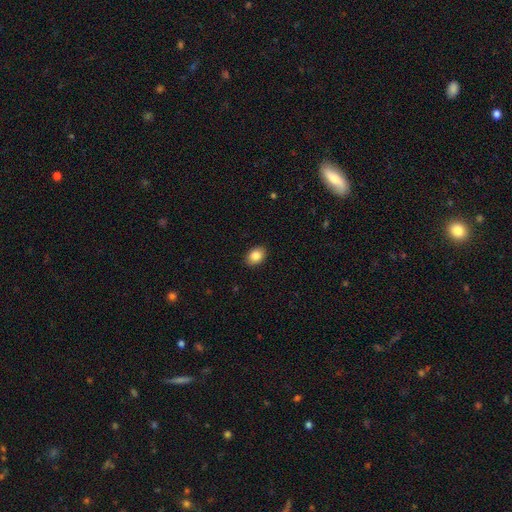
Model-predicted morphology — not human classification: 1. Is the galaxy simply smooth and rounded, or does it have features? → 86% smooth, 8% star or artifact, 6% featured or disk.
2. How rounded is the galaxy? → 73% in between, 26% round, 1% cigar-shaped.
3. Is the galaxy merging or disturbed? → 90% none, 8% minor disturbance, 2% major disturbance, 1% merger.